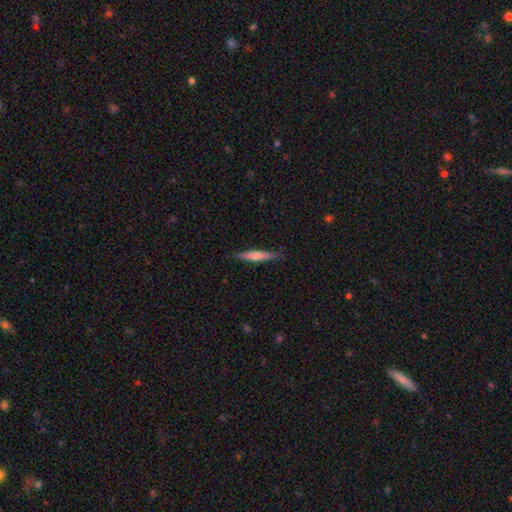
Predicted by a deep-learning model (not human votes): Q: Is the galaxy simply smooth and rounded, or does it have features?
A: smooth — 61%.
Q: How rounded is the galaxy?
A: cigar-shaped — 91%.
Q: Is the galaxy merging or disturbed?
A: none — 84%.